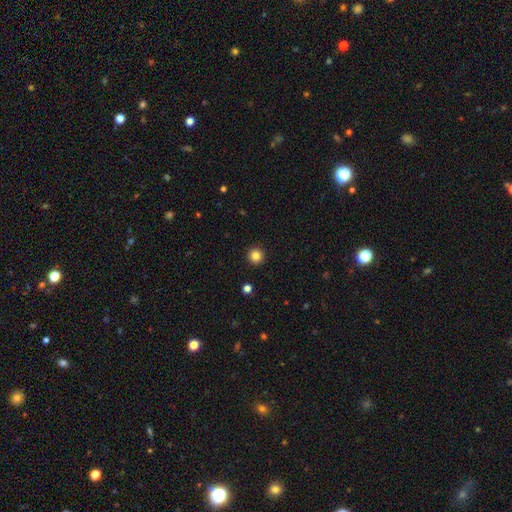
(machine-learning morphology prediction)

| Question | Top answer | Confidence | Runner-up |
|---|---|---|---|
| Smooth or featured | smooth | 84% | star or artifact (11%) |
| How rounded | round | 96% | in between (3%) |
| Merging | none | 93% | minor disturbance (4%) |